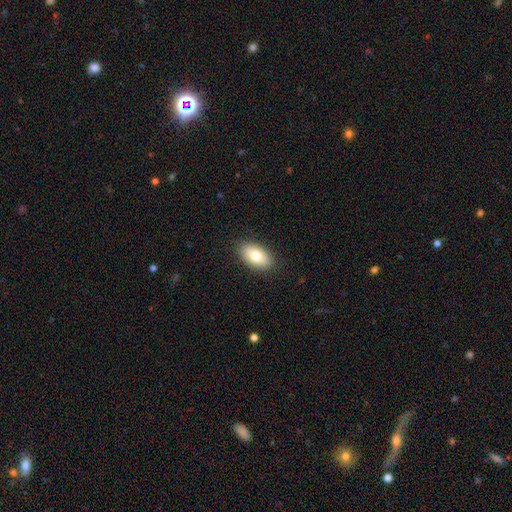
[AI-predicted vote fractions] Morphology: type=smooth (80%); roundness=in between (93%); merging=none (88%).